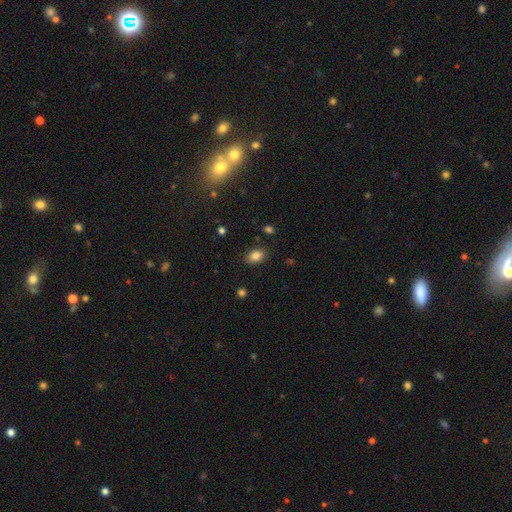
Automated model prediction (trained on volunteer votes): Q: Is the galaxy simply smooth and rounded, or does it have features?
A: smooth — 85%.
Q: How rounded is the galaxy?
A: in between — 83%.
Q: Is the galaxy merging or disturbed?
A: none — 84%.